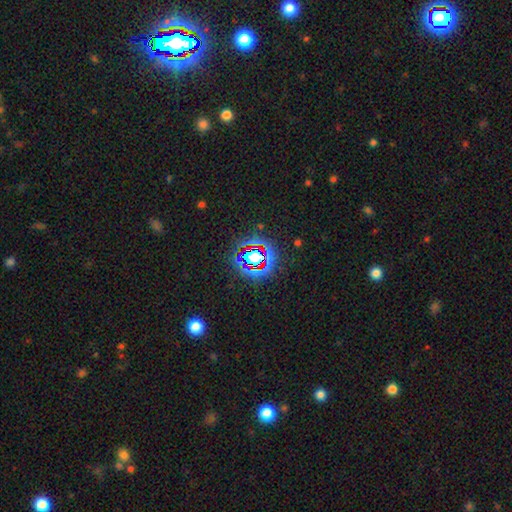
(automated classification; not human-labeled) Overall: star or artifact (70%).